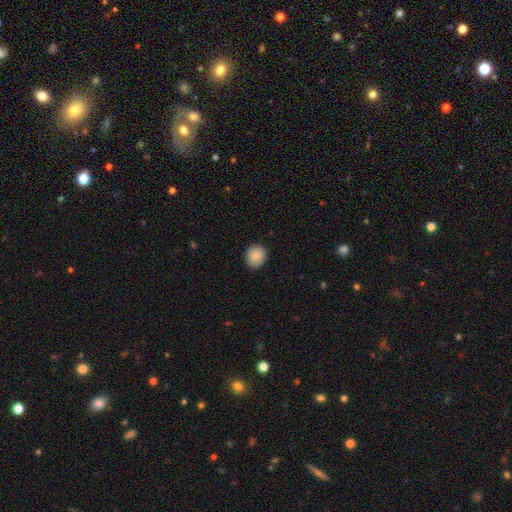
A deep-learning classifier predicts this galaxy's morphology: type=smooth (86%); roundness=round (72%); merging=none (88%).